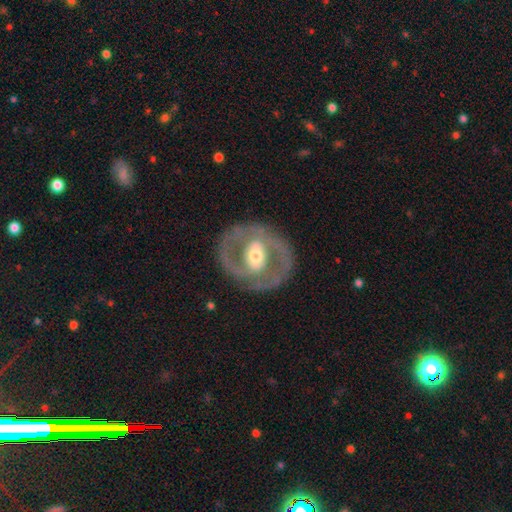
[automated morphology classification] This is likely a featured or disk galaxy (77%). It is clearly not viewed edge-on (96%). Bar: marginally no (39%). Spiral arm pattern: possibly yes (53%). Central bulge: likely moderate (65%). Merging: likely none (80%).